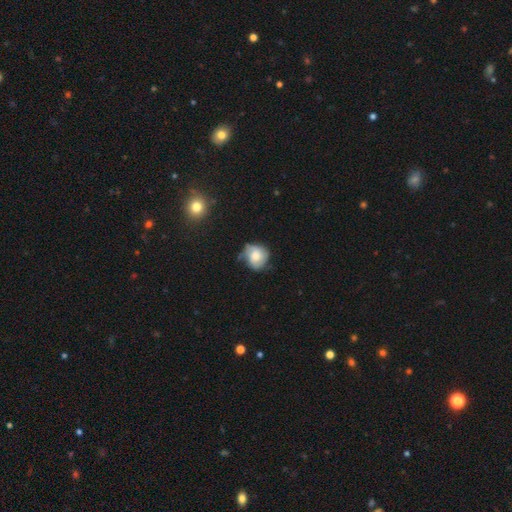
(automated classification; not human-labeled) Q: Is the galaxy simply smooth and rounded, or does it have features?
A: smooth — 49%.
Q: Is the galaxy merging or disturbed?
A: none — 52%.